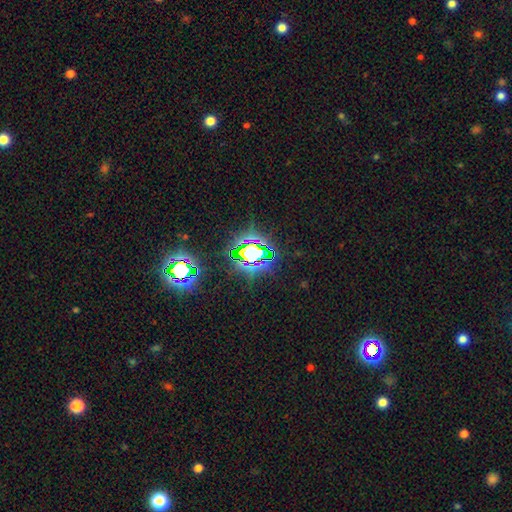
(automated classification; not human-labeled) The model was most divided on "smooth or featured": star or artifact: 76%, smooth: 14%, featured or disk: 10%.